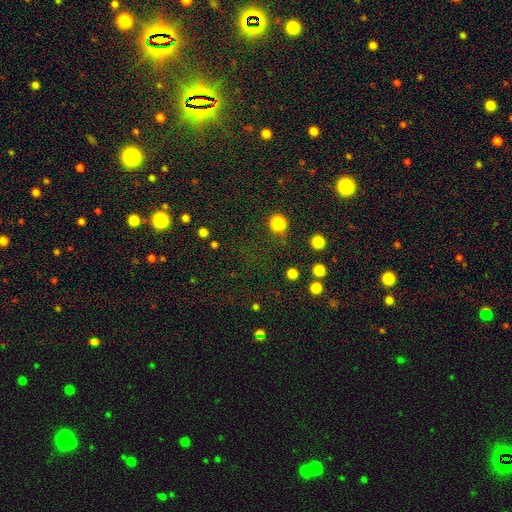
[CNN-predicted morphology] Smooth or featured?
  - star or artifact: 71% *
  - smooth: 22%
  - featured or disk: 8%